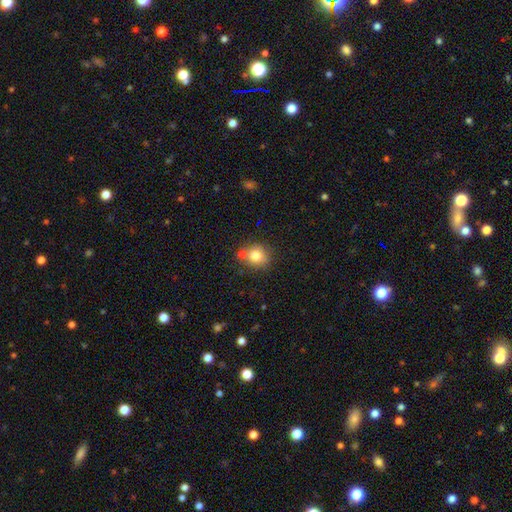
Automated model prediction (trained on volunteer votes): The model was most divided on "merging": none: 65%, merger: 18%, minor disturbance: 13%, major disturbance: 4%. More confident: how rounded — round (82%); smooth or featured — smooth (79%).